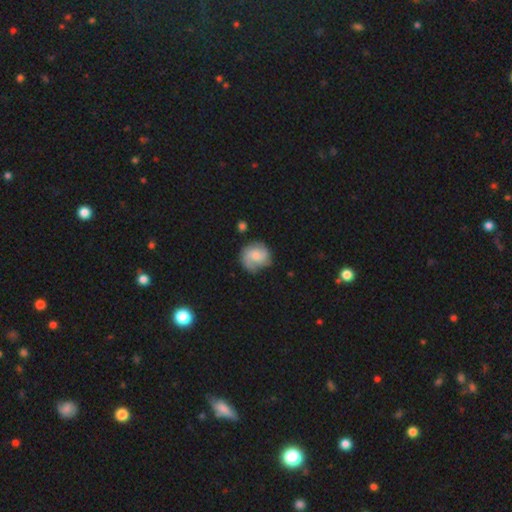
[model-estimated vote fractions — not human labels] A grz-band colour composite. It shows a featured or disk galaxy (57%) with no bar (70%), 2 (37%) tight (44%) spiral arms (90%) and a small central bulge (48%). Merging: none (64%).